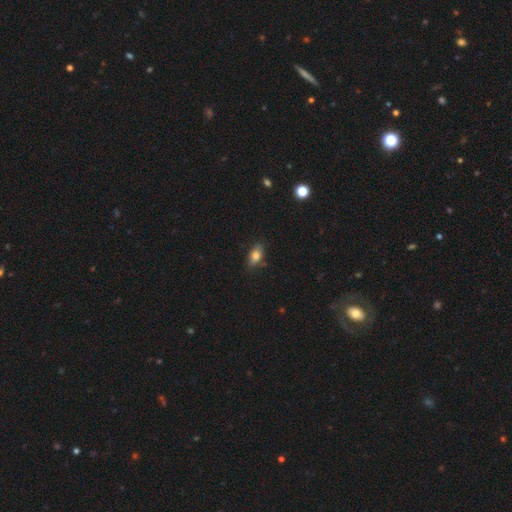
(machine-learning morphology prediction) Q: Smooth or featured?
A: smooth (79%); runner-up: featured or disk (12%)
Q: How rounded?
A: in between (85%); runner-up: round (8%)
Q: Merging?
A: none (79%); runner-up: minor disturbance (16%)